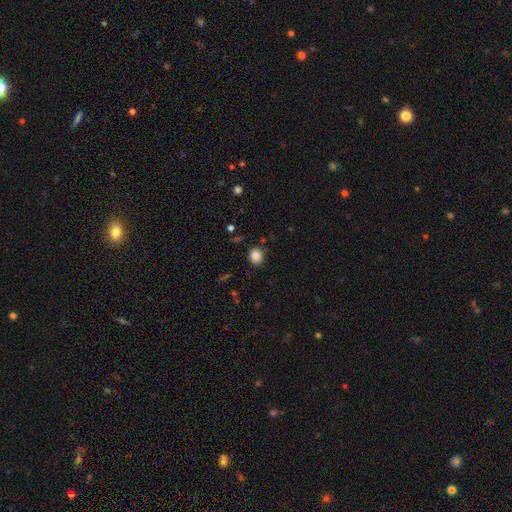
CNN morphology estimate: The model was most divided on "how rounded": round: 71%, in between: 28%, cigar-shaped: 1%. More confident: merging — none (86%); smooth or featured — smooth (84%).